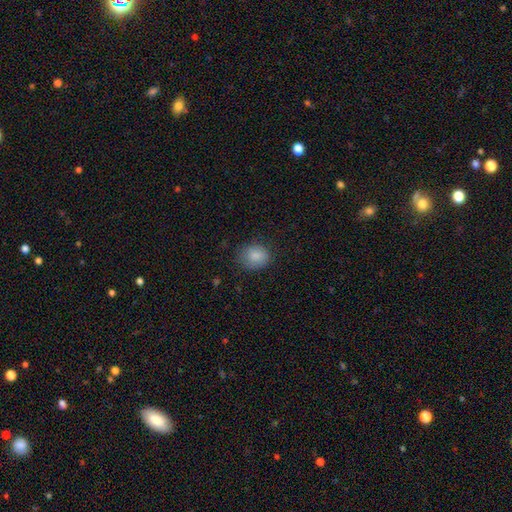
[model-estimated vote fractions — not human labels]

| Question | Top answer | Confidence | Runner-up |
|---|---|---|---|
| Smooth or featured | smooth | 87% | star or artifact (8%) |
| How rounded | round | 58% | in between (41%) |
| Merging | none | 77% | minor disturbance (17%) |